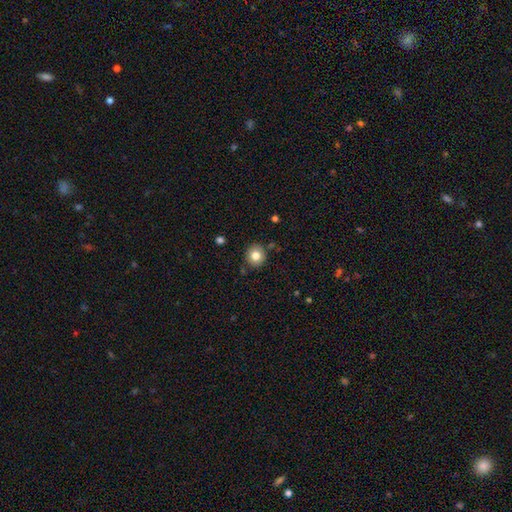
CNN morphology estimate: This appears to be a smooth galaxy with no disk features (80%) that is round (88%). Merging: none (86%).